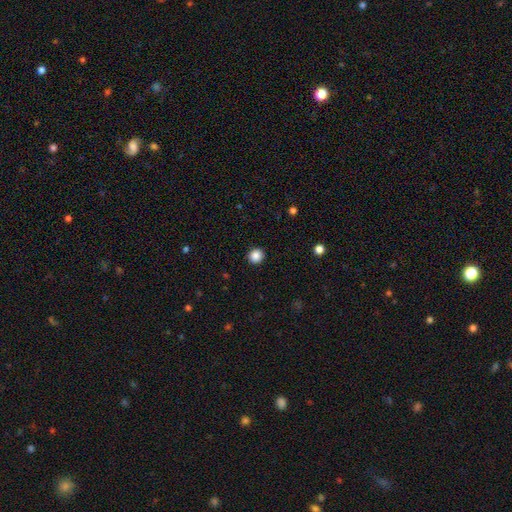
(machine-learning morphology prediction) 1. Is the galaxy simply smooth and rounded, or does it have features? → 87% smooth, 10% star or artifact, 3% featured or disk.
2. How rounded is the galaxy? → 92% round, 7% in between, 1% cigar-shaped.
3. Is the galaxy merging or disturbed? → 93% none, 5% minor disturbance, 2% major disturbance, 1% merger.